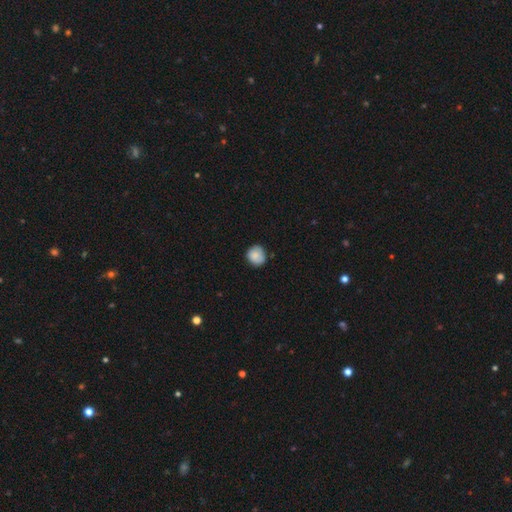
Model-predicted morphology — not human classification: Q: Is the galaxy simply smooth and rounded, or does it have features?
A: smooth — 84%.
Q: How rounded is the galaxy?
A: round — 84%.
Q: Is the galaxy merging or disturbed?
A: none — 78%.